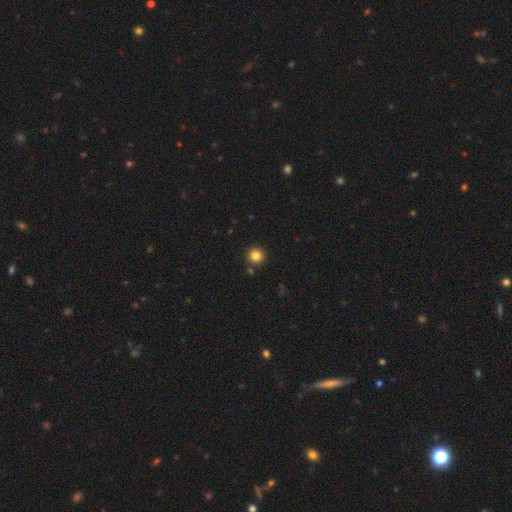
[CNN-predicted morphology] smooth 84%, star or artifact 12%, featured or disk 4%. Down the decision tree: how rounded — round (95%); merging — none (89%).